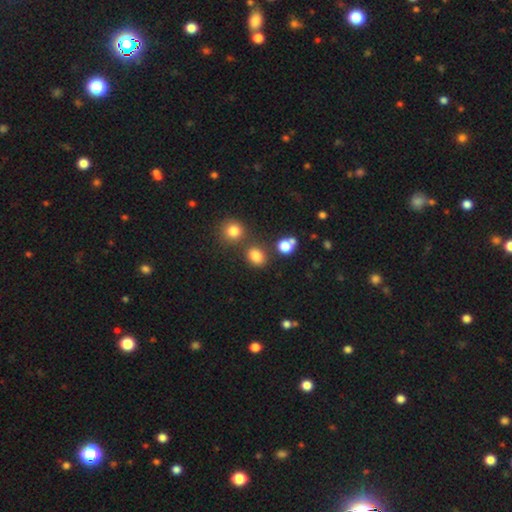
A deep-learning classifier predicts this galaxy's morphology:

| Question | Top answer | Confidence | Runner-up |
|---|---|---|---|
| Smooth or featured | smooth | 80% | star or artifact (14%) |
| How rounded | round | 55% | in between (44%) |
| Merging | none | 74% | merger (12%) |